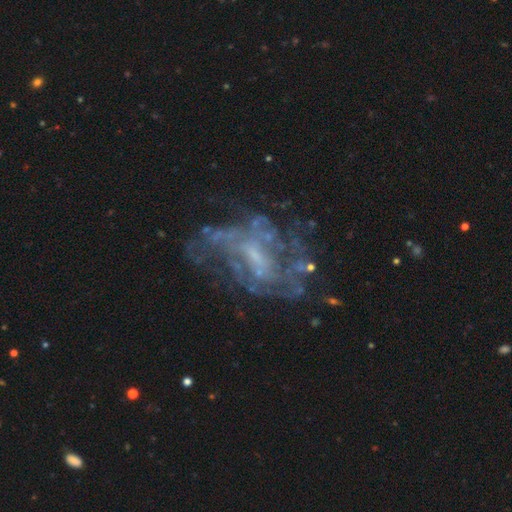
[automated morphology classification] Overall: featured or disk (79%). Edge-on disk: no (97%). Bar: no (48%; weak 41%). Spiral arms: yes (62%; no 38%). Bulge size: small (47%; none 29%). Merging: none (53%; major disturbance 25%).